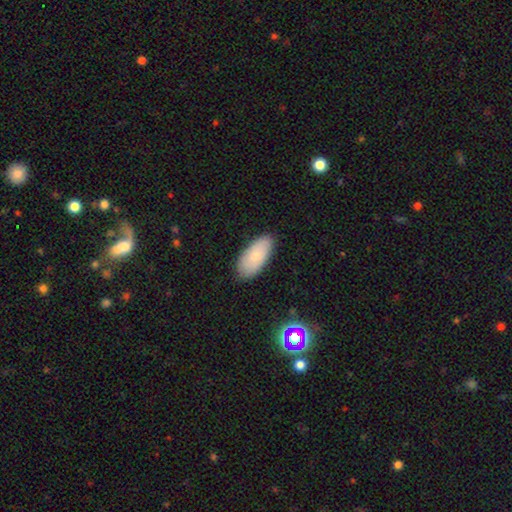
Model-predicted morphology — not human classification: Q: Smooth or featured?
A: smooth (73%); runner-up: featured or disk (20%)
Q: How rounded?
A: in between (91%); runner-up: cigar-shaped (7%)
Q: Merging?
A: none (84%); runner-up: minor disturbance (13%)